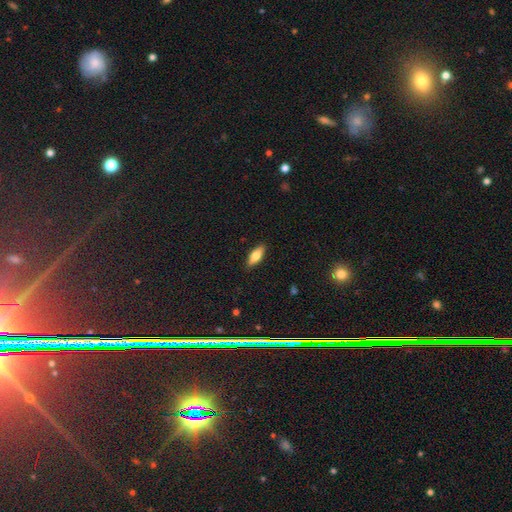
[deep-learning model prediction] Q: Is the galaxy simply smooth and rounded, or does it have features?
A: smooth — 69%.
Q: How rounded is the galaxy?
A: in between — 63%.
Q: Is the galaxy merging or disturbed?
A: none — 89%.